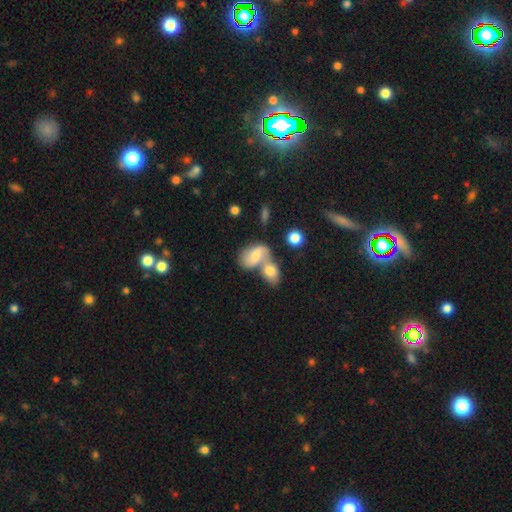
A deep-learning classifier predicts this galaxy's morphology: This appears to be a smooth galaxy with no disk features (52%) that is in between round and cigar-shaped (84%). Merging: merger (64%).